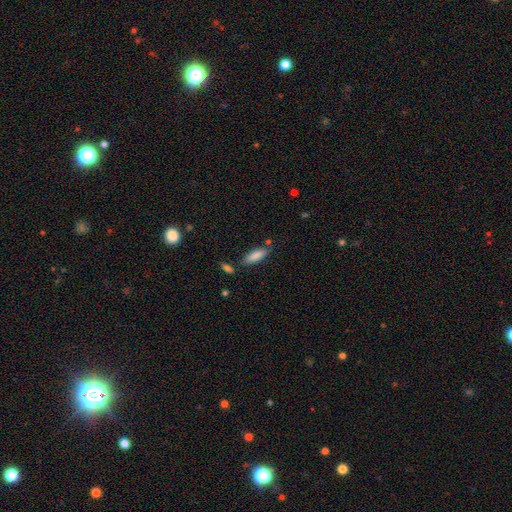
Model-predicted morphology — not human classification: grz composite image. It shows a smooth galaxy with no disk features (84%) that is cigar-shaped (50%). Merging: none (77%).